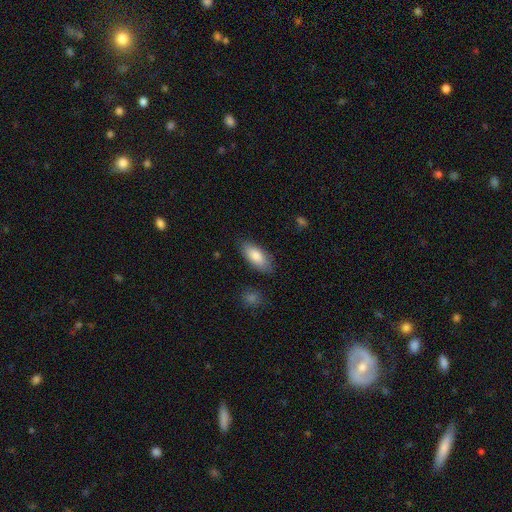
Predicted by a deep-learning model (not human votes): This appears to be a smooth galaxy with no disk features (84%) that is in between round and cigar-shaped (84%). Merging: none (83%).